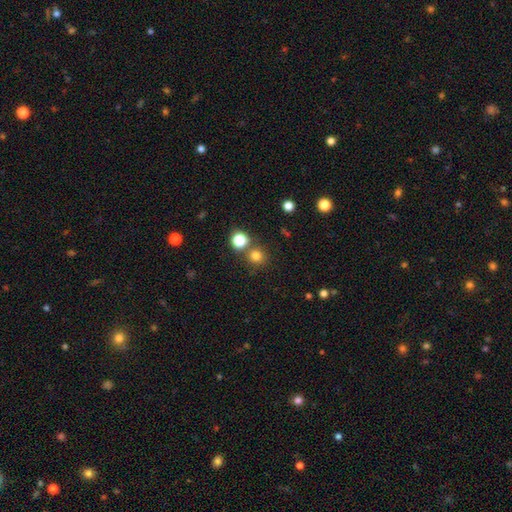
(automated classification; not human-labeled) smooth_or_featured: smooth (p=0.77) [alt: star or artifact p=0.18]
how_rounded: round (p=0.92) [alt: in between p=0.07]
merging: none (p=0.76) [alt: merger p=0.14]